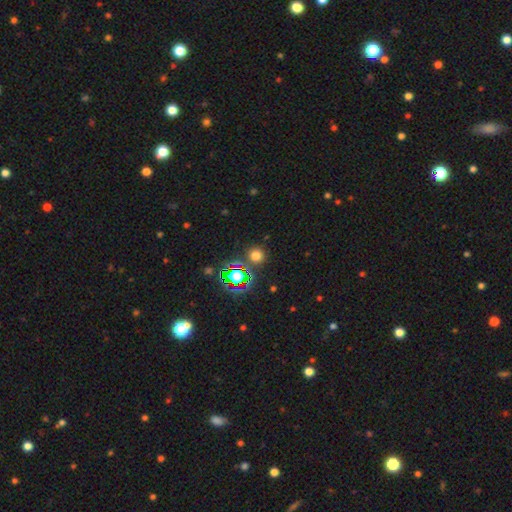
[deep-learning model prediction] smooth-or-featured: smooth: 65% | star or artifact: 28% | featured or disk: 6%
  how-rounded: round: 91% | in between: 8% | cigar-shaped: 1%
  merging: none: 84% | minor disturbance: 7% | merger: 6% | major disturbance: 3%